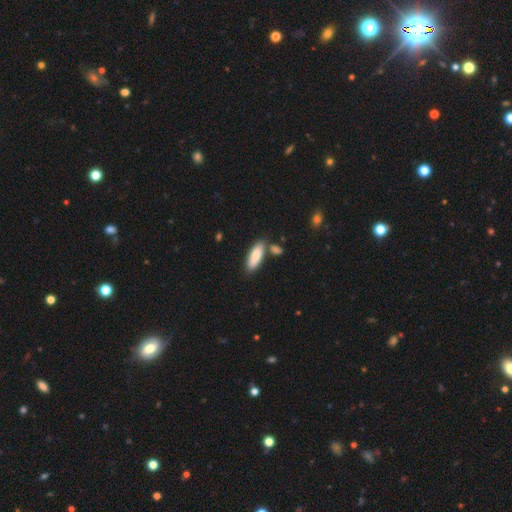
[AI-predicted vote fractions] smooth_or_featured: smooth (p=0.83) [alt: featured or disk p=0.11]
how_rounded: in between (p=0.63) [alt: cigar-shaped p=0.36]
merging: none (p=0.73) [alt: minor disturbance p=0.12]